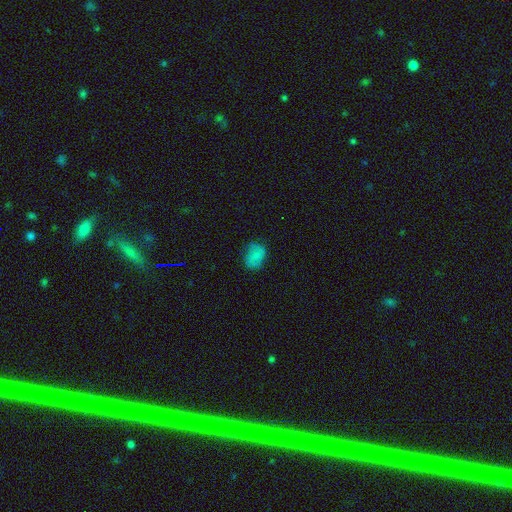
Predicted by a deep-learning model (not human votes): Smooth or featured? Predicted: smooth (p=0.64). How rounded? Predicted: in between (p=0.70). Merging? Predicted: none (p=0.68).